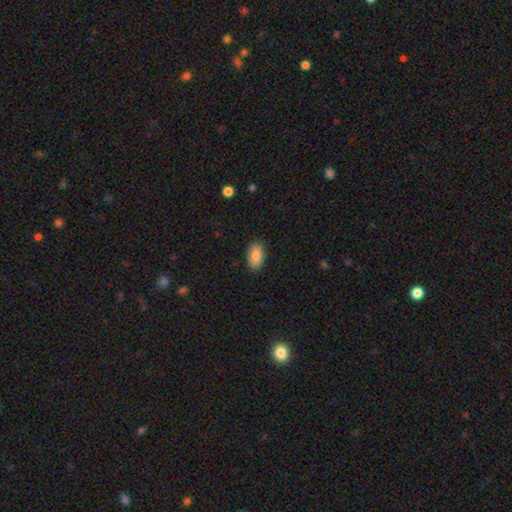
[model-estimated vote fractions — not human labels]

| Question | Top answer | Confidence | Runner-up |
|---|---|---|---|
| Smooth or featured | smooth | 86% | star or artifact (7%) |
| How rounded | in between | 93% | round (4%) |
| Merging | none | 88% | minor disturbance (9%) |